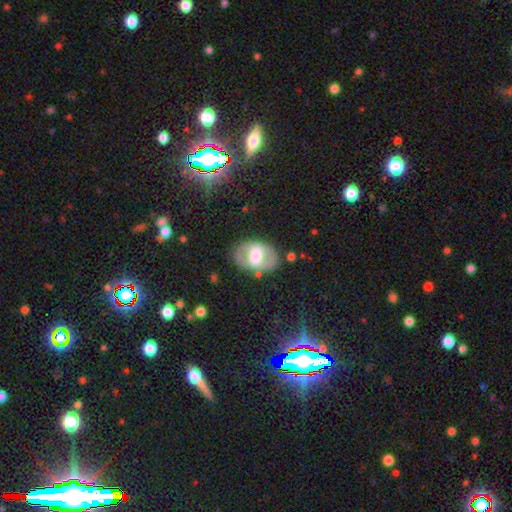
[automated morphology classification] Smooth or featured? featured or disk (54%)
Edge-on disk? no (93%)
Bar? weak (36%)
Spiral arms? no (64%)
Bulge size? moderate (43%)
Merging? none (76%)